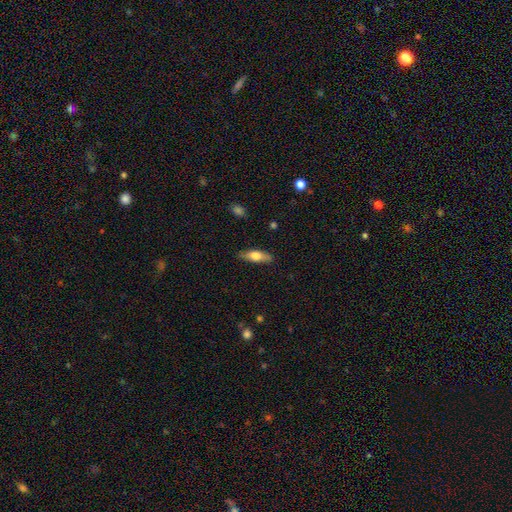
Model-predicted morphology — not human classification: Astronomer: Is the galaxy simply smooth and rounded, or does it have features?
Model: smooth — 58% (runner-up: featured or disk, 36%).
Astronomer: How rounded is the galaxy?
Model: in between — 51% (runner-up: cigar-shaped, 46%).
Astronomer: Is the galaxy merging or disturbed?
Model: none — 84%.